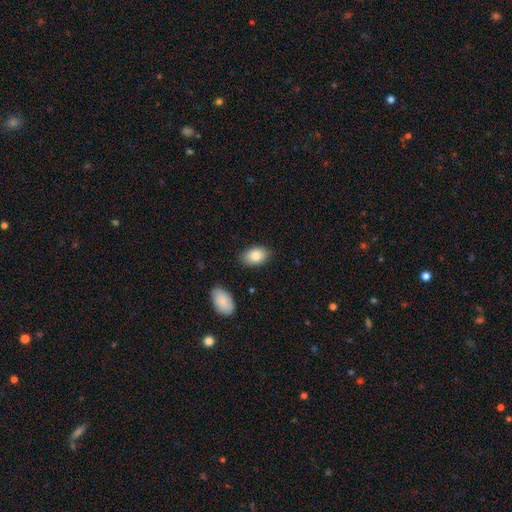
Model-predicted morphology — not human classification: Smooth or featured? Predicted: smooth (p=0.85). How rounded? Predicted: in between (p=0.90). Merging? Predicted: none (p=0.84).